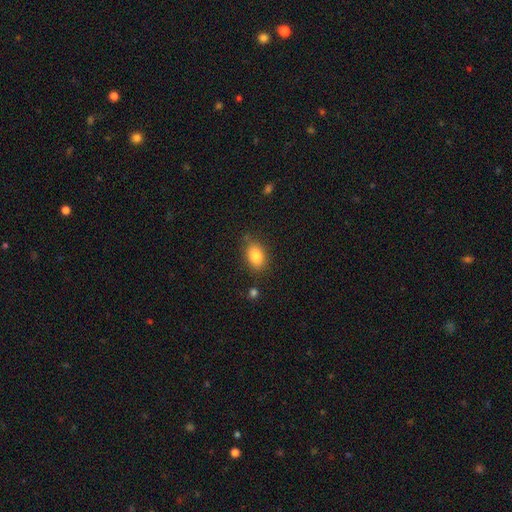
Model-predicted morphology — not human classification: smooth_or_featured: smooth (p=0.84) [alt: star or artifact p=0.08]
how_rounded: in between (p=0.85) [alt: round p=0.13]
merging: none (p=0.79) [alt: minor disturbance p=0.14]